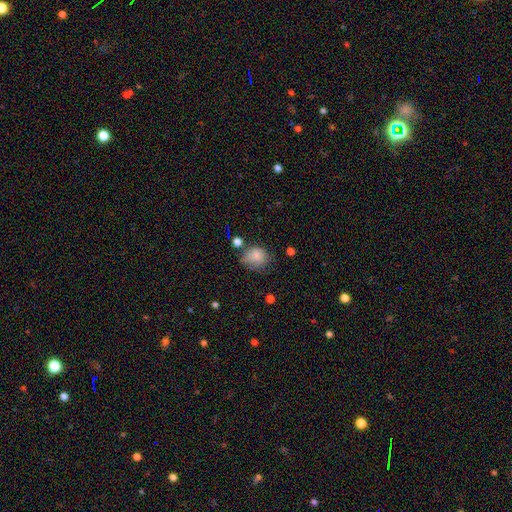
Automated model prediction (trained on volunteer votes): Smooth or featured?
  - smooth: 78% *
  - star or artifact: 11%
  - featured or disk: 11%
How rounded?
  - round: 65% *
  - in between: 34%
  - cigar-shaped: 1%
Merging?
  - none: 46% *
  - minor disturbance: 33%
  - major disturbance: 15%
  - merger: 6%